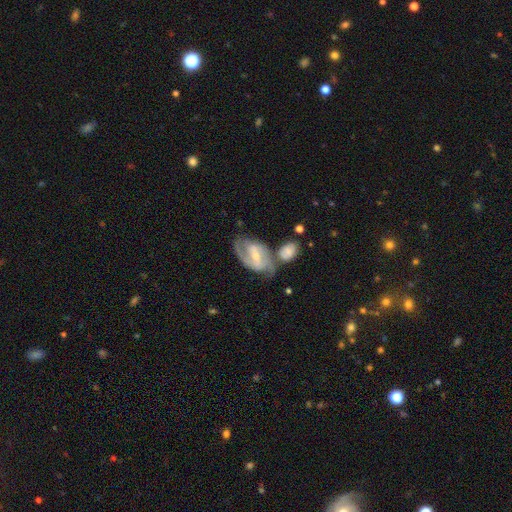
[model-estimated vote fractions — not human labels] Q: Smooth or featured?
A: featured or disk (83%); runner-up: smooth (12%)
Q: Edge-on disk?
A: no (96%); runner-up: yes (4%)
Q: Bar?
A: strong (45%); runner-up: weak (42%)
Q: Spiral arms?
A: yes (93%); runner-up: no (7%)
Q: Spiral winding?
A: medium (52%); runner-up: tight (30%)
Q: Spiral arm count?
A: 2 (82%); runner-up: can't tell (8%)
Q: Bulge size?
A: small (56%); runner-up: moderate (38%)
Q: Merging?
A: none (51%); runner-up: merger (23%)